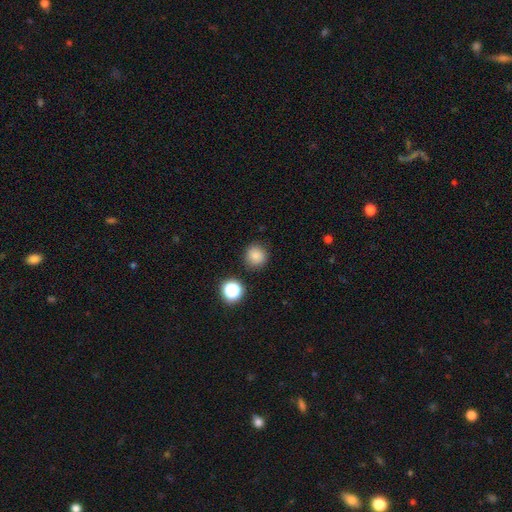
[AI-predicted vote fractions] The model was most divided on "smooth or featured": smooth: 82%, star or artifact: 12%, featured or disk: 6%. More confident: how rounded — round (93%); merging — none (88%).